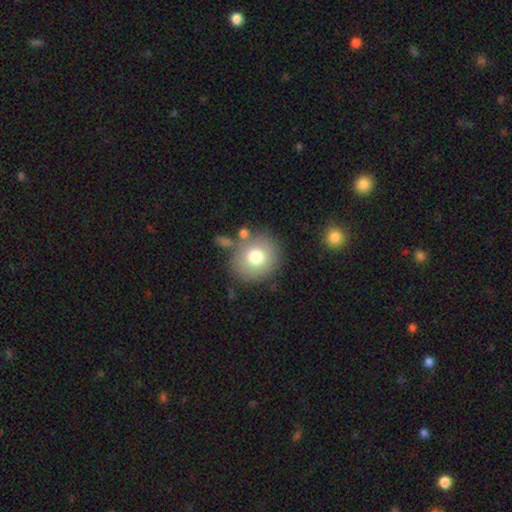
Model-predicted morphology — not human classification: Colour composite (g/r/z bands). It shows a smooth galaxy with no disk features (75%) that is round (85%). Merging: none (76%).